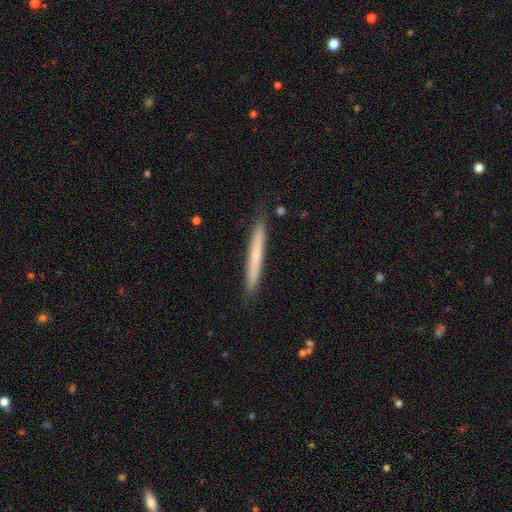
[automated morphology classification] A smooth galaxy with no disk features (58%) that is cigar-shaped (97%). Merging: none (88%).